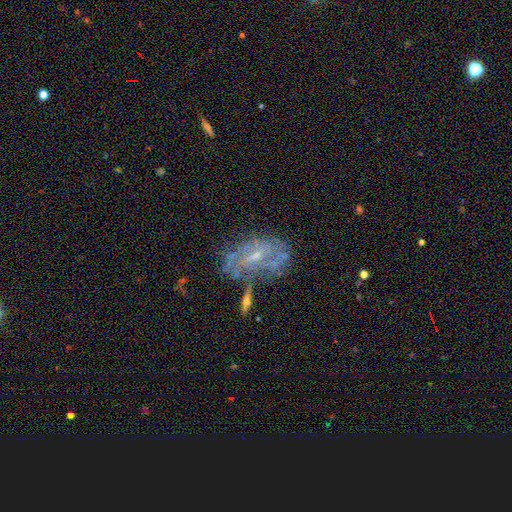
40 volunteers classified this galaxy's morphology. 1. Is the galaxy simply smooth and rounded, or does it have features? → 57% featured or disk, 32% smooth, 10% star or artifact.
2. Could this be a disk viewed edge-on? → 78% no, 22% yes.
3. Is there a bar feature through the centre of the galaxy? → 50% no, 28% weak, 22% strong.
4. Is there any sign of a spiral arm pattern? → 56% no, 44% yes.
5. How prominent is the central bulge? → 56% moderate, 39% small, 6% none, 0% dominant, 0% large.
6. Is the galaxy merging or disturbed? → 92% none, 8% minor disturbance, 0% major disturbance, 0% merger.